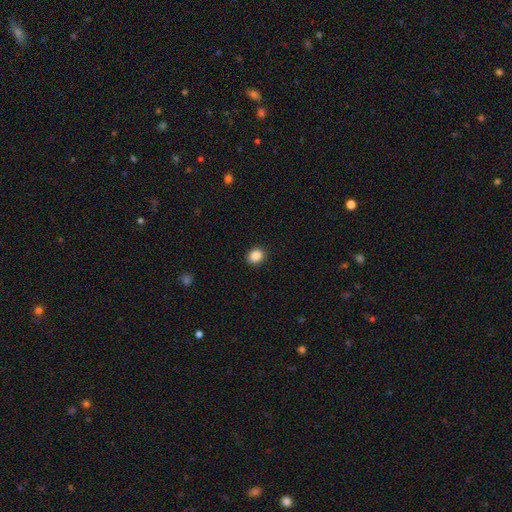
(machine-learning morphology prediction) Overall: smooth (87%). How rounded: round (65%; in between 34%). Merging: none (90%).